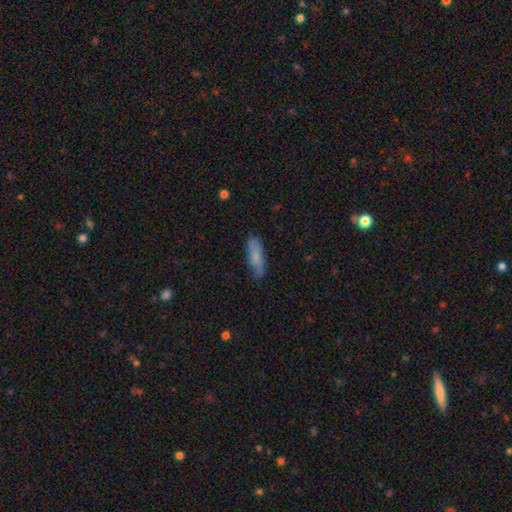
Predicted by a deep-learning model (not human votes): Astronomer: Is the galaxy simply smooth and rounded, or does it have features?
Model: smooth — 76%.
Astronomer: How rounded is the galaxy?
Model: cigar-shaped — 63%.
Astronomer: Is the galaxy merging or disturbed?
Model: none — 73%.